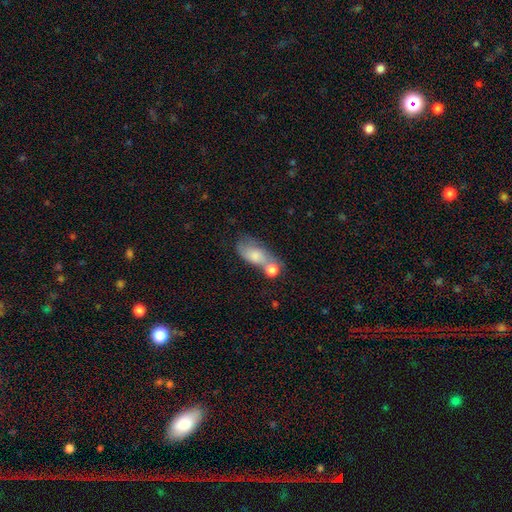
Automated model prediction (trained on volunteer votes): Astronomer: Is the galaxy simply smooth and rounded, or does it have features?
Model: smooth — 69%.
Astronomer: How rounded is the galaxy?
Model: in between — 81%.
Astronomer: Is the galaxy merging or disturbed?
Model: merger — 45% (runner-up: none, 25%).